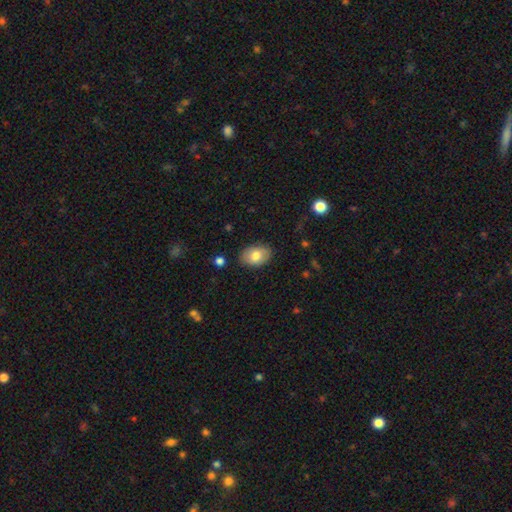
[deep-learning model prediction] Smooth or featured?
  - smooth: 78% *
  - featured or disk: 15%
  - star or artifact: 7%
How rounded?
  - in between: 85% *
  - round: 14%
  - cigar-shaped: 1%
Merging?
  - none: 86% *
  - minor disturbance: 10%
  - major disturbance: 2%
  - merger: 1%